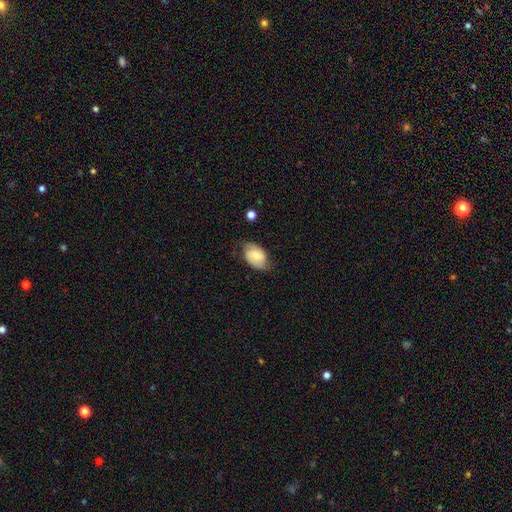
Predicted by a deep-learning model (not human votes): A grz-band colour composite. It shows a smooth galaxy with no disk features (57%) that is in between round and cigar-shaped (83%). Merging: none (64%).